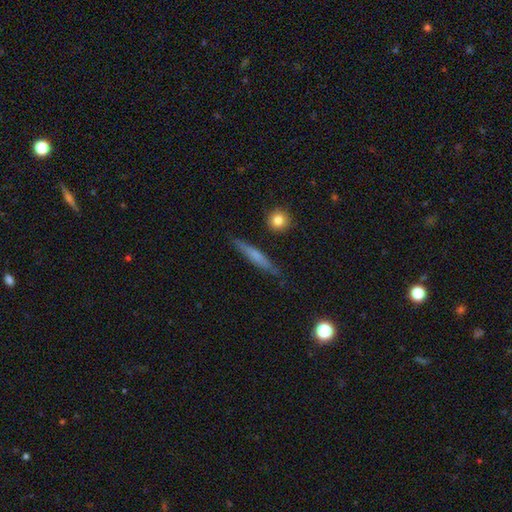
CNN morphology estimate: smooth-or-featured: smooth: 50% | featured or disk: 43% | star or artifact: 7%
  how-rounded: cigar-shaped: 92% | in between: 6% | round: 3%
  merging: none: 82% | minor disturbance: 13% | major disturbance: 3% | merger: 2%